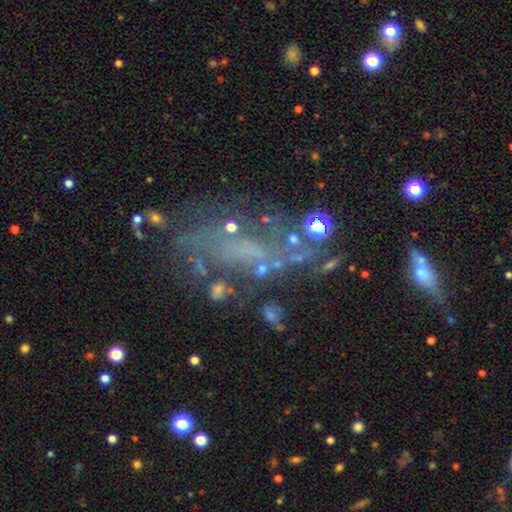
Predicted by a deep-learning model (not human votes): Smooth or featured? Predicted: featured or disk (p=0.62). Edge-on disk? Predicted: no (p=0.92). Bar? Predicted: no (p=0.64). Spiral arms? Predicted: yes (p=0.57). Bulge size? Predicted: none (p=0.51). Merging? Predicted: none (p=0.52).